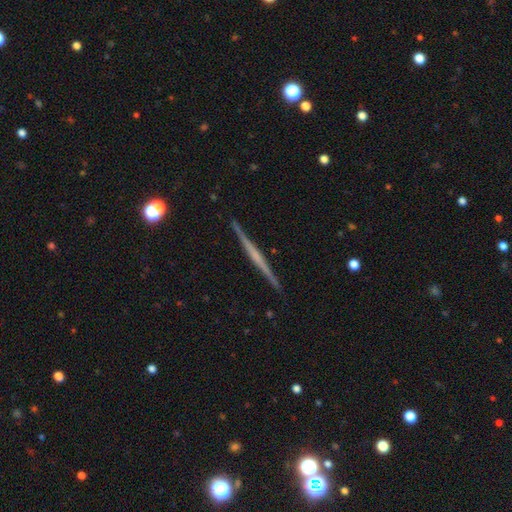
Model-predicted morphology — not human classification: This is likely a featured or disk galaxy (72%). It is clearly viewed edge-on (98%). Edge-on bulge: likely none (64%). Merging: clearly none (92%).